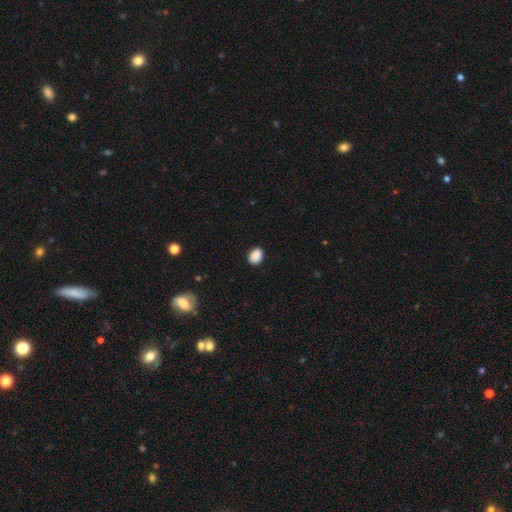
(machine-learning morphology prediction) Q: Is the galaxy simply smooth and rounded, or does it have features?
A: smooth — 89%.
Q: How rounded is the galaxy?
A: in between — 61%.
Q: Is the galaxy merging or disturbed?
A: none — 88%.